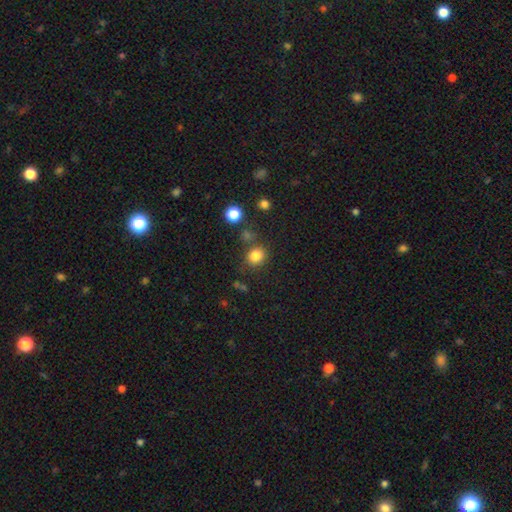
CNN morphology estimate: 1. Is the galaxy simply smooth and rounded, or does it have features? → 82% smooth, 13% star or artifact, 6% featured or disk.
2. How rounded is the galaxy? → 73% round, 26% in between, 1% cigar-shaped.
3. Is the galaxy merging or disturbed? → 76% none, 12% minor disturbance, 8% merger, 4% major disturbance.